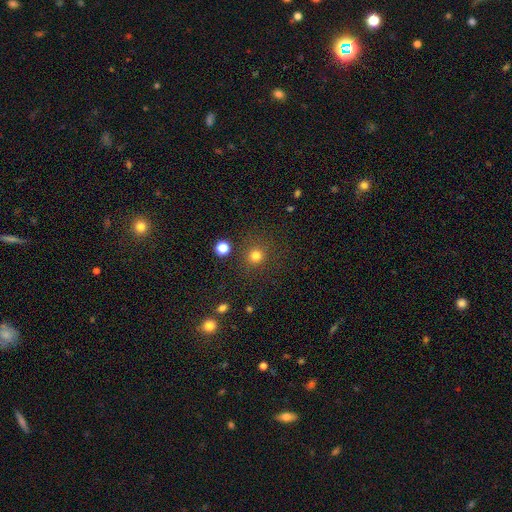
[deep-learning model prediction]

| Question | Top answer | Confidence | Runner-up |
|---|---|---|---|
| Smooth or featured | smooth | 79% | star or artifact (16%) |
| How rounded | round | 92% | in between (7%) |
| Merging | none | 85% | minor disturbance (8%) |